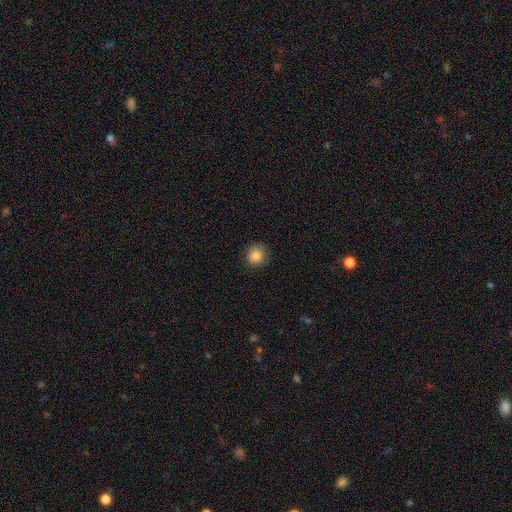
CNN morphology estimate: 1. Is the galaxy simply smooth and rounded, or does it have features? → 85% smooth, 10% star or artifact, 5% featured or disk.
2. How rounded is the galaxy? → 89% round, 10% in between, 1% cigar-shaped.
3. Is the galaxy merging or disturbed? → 85% none, 11% minor disturbance, 3% major disturbance, 1% merger.